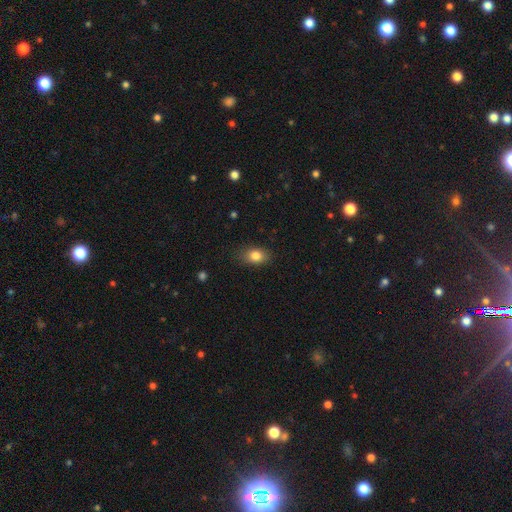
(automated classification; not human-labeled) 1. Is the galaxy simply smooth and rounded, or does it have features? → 83% smooth, 9% star or artifact, 8% featured or disk.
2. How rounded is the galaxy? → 78% in between, 20% round, 2% cigar-shaped.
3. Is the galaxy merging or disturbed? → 83% none, 13% minor disturbance, 3% major disturbance, 1% merger.